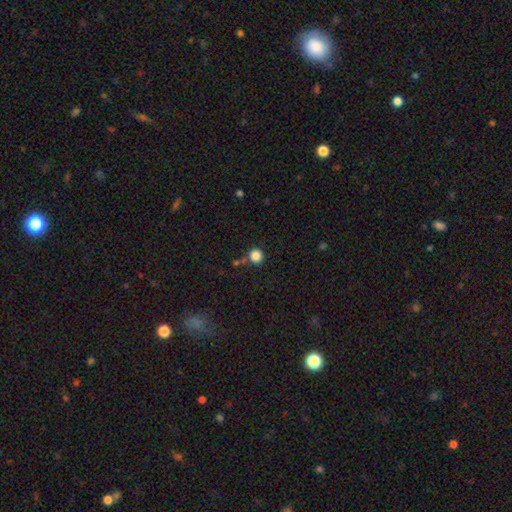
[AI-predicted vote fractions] A smooth galaxy with no disk features (85%) that is round (92%). Merging: none (78%).